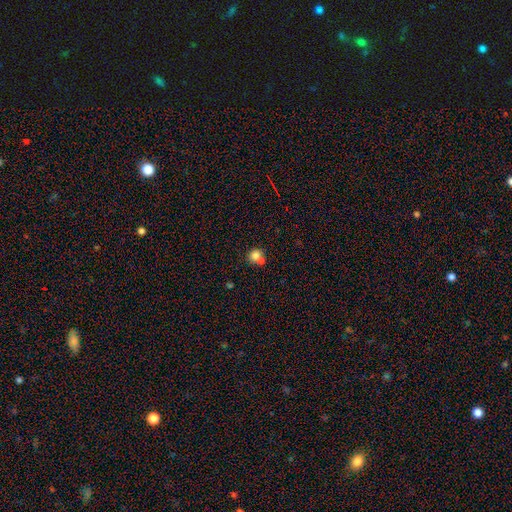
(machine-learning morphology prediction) The model was most divided on "merging": none: 48%, merger: 39%, minor disturbance: 9%, major disturbance: 4%. More confident: how rounded — round (83%); smooth or featured — smooth (79%).